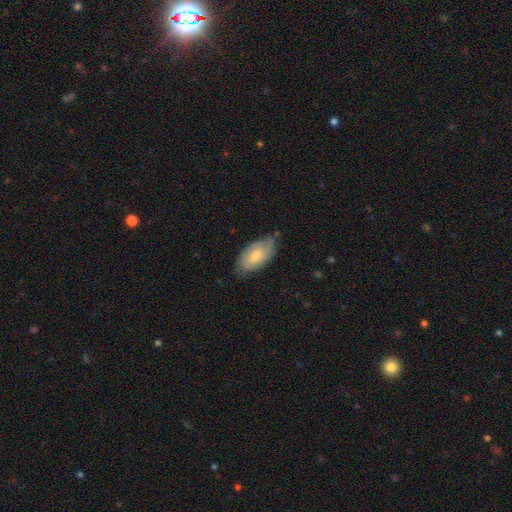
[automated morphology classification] Smooth or featured: smooth — 58% (featured or disk — 36%)
How rounded: in between — 93% (cigar-shaped — 4%)
Merging: none — 68% (minor disturbance — 26%)